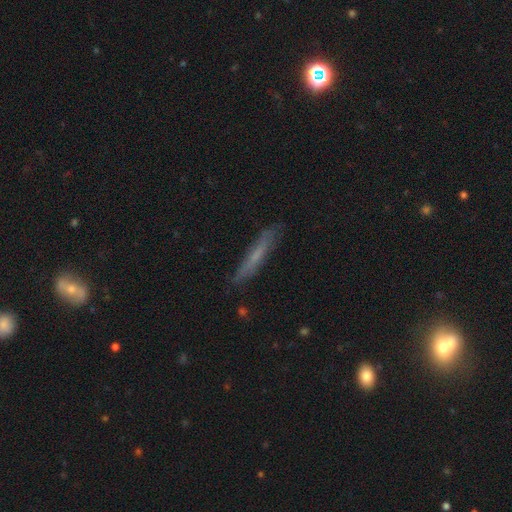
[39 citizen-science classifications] featured or disk 54%, smooth 36%, star or artifact 10%. Down the decision tree: edge-on disk — yes (95%); edge-on bulge — none (80%); merging — none (80%).